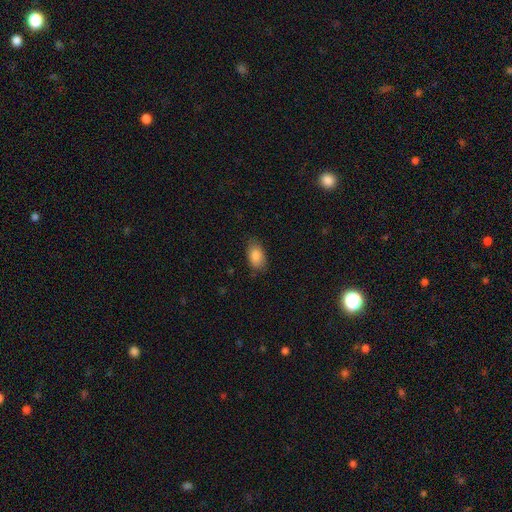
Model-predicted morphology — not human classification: Smooth or featured: smooth — 86% (star or artifact — 7%)
How rounded: in between — 91% (round — 7%)
Merging: none — 78% (minor disturbance — 17%)